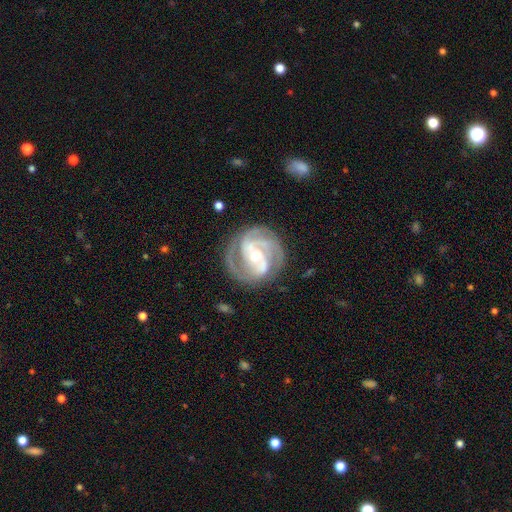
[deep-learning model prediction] Morphology: type=featured or disk (90%); edge-on=no (98%); bar=weak (40%); spiral arms=yes (98%); winding=tight (54%); arm count=3 (45%); bulge=moderate (59%); merging=none (78%).